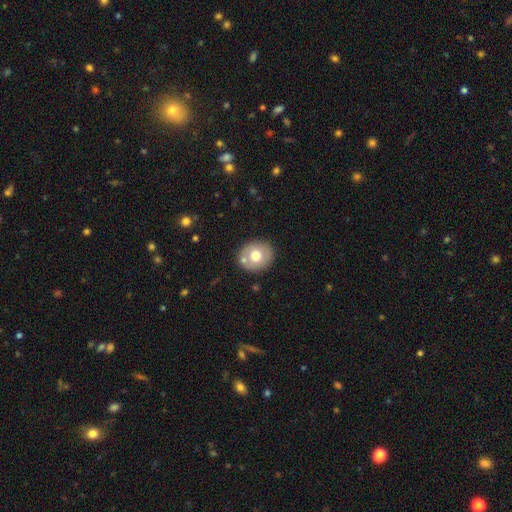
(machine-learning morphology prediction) The model was most divided on "smooth or featured": smooth: 67%, featured or disk: 24%, star or artifact: 9%. More confident: merging — none (78%); how rounded — round (74%).